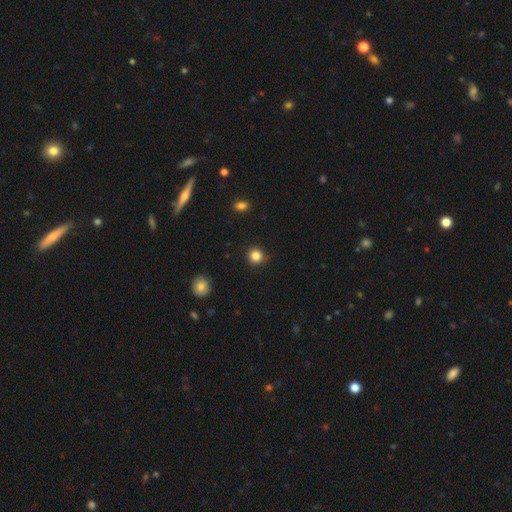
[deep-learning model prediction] This appears to be a smooth galaxy with no disk features (84%) that is round (92%). Merging: none (88%).